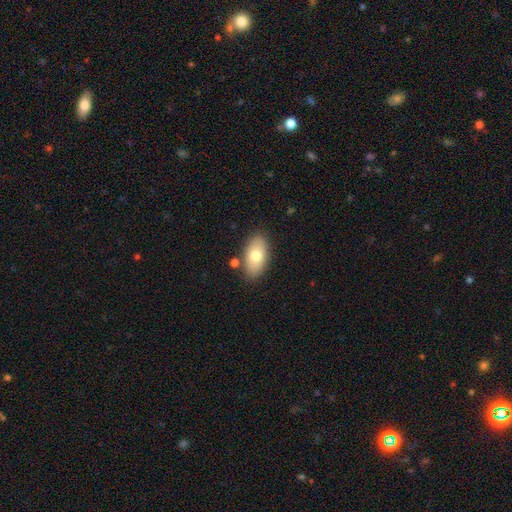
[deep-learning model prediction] A smooth galaxy with no disk features (73%) that is in between round and cigar-shaped (93%).

Vote fractions:
- Smooth or featured? smooth: 73% / featured or disk: 20% / star or artifact: 7%
- How rounded? in between: 93% / round: 5% / cigar-shaped: 3%
- Merging? none: 82% / minor disturbance: 11% / merger: 5% / major disturbance: 3%